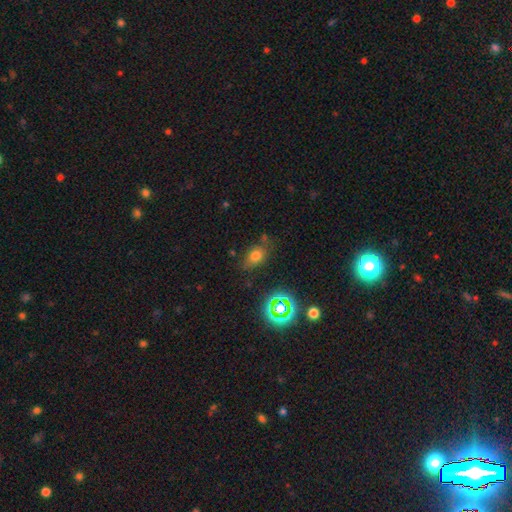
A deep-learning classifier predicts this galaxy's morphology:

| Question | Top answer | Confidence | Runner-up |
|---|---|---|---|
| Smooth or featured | smooth | 66% | star or artifact (21%) |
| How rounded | in between | 73% | round (25%) |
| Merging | none | 69% | minor disturbance (19%) |